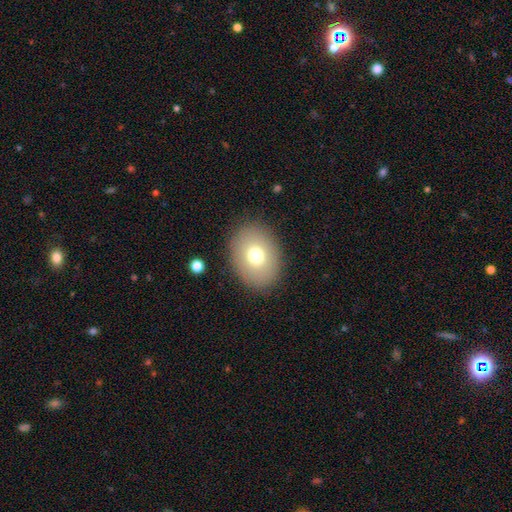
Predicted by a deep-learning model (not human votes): This is likely a smooth galaxy (74%). How rounded: likely in between (66%). Merging: clearly none (87%).